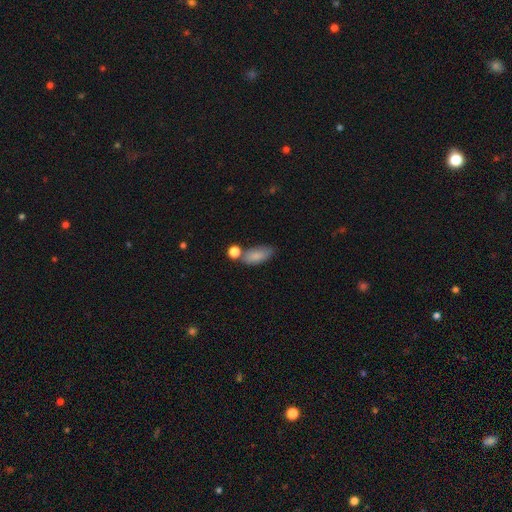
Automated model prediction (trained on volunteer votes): A smooth galaxy with no disk features (82%) that is in between round and cigar-shaped (85%). Merging: none (56%).